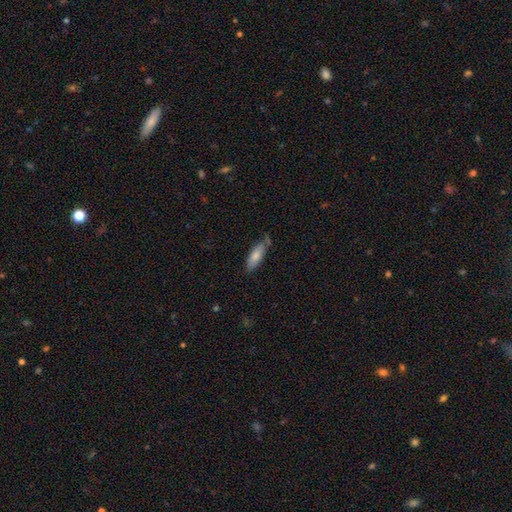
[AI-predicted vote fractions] This is likely a smooth galaxy (77%). How rounded: likely in between (63%). Merging: likely none (64%).